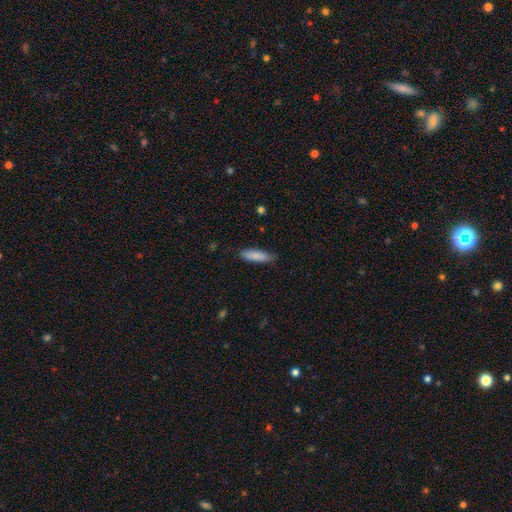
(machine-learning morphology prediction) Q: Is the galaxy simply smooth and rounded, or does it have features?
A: smooth — 86%.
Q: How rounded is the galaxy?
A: cigar-shaped — 59%.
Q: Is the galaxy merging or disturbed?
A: none — 81%.